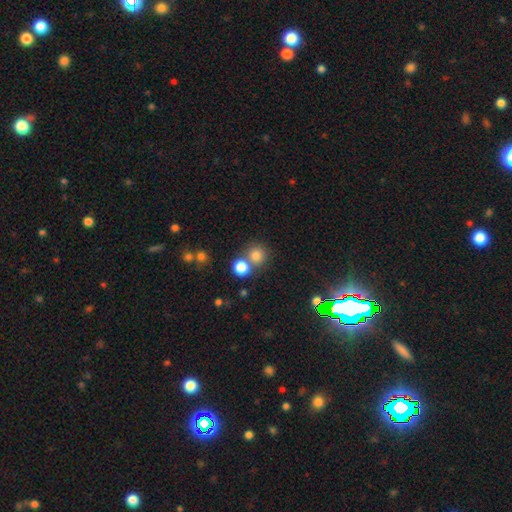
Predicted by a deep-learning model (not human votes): This appears to be a smooth galaxy with no disk features (78%) that is round (89%). Merging: none (61%).